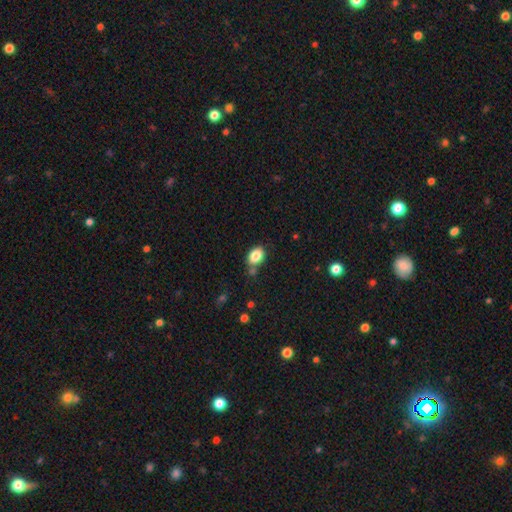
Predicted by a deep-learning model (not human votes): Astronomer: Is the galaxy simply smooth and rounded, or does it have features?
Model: smooth — 85%.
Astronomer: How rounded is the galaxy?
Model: in between — 79%.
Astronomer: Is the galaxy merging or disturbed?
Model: none — 70%.